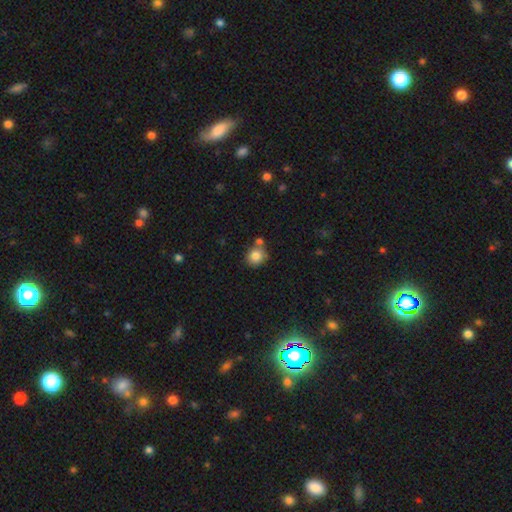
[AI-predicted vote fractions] smooth-or-featured: smooth: 83% | star or artifact: 10% | featured or disk: 7%
  how-rounded: round: 83% | in between: 16% | cigar-shaped: 1%
  merging: none: 67% | merger: 18% | minor disturbance: 12% | major disturbance: 3%